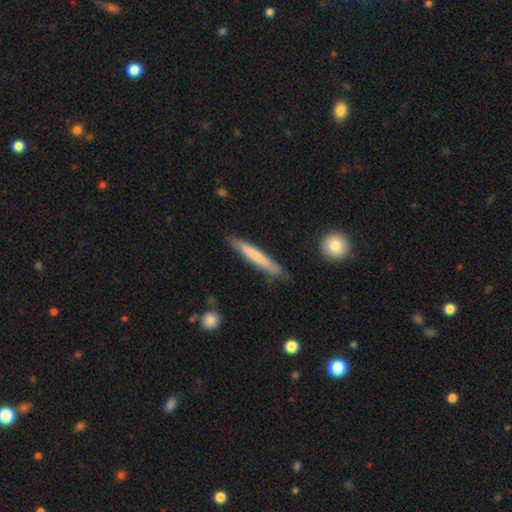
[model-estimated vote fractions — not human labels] A smooth galaxy with no disk features (66%) that is cigar-shaped (95%). Merging: none (85%).